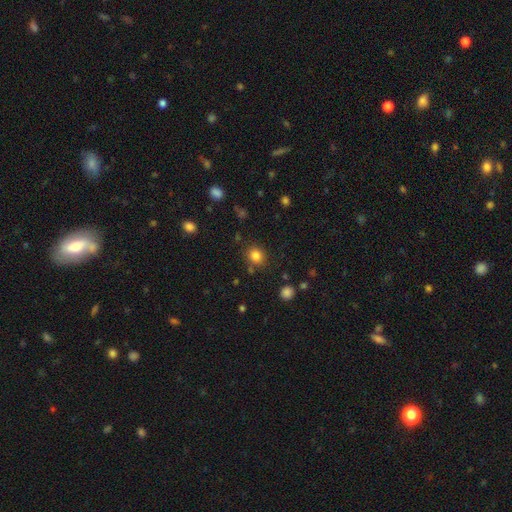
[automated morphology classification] smooth_or_featured: smooth (p=0.82) [alt: star or artifact p=0.12]
how_rounded: round (p=0.79) [alt: in between p=0.20]
merging: none (p=0.83) [alt: minor disturbance p=0.09]